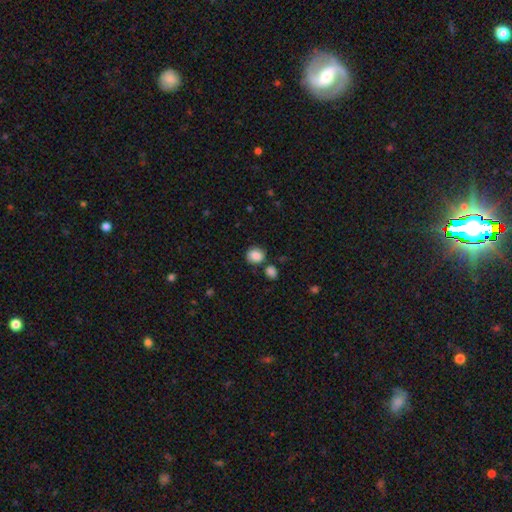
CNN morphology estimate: Smooth or featured?
  - smooth: 87% *
  - star or artifact: 9%
  - featured or disk: 4%
How rounded?
  - round: 76% *
  - in between: 23%
  - cigar-shaped: 1%
Merging?
  - none: 75% *
  - minor disturbance: 11%
  - merger: 10%
  - major disturbance: 3%